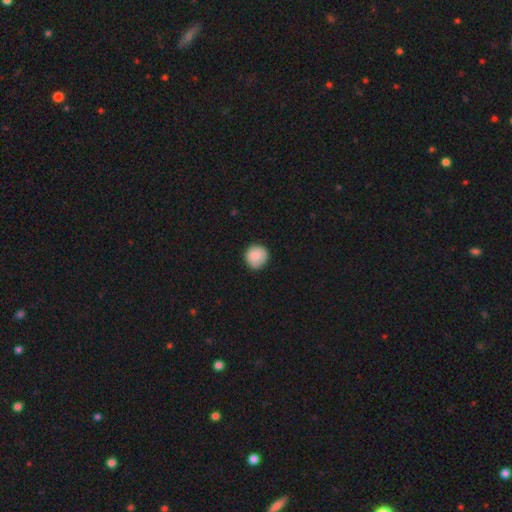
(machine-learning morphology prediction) Smooth or featured: smooth — 87% (star or artifact — 7%)
How rounded: round — 94% (in between — 5%)
Merging: none — 88% (minor disturbance — 10%)